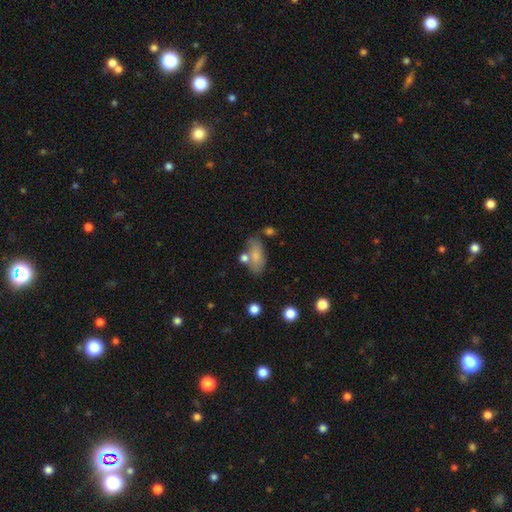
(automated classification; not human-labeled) Morphology: type=smooth (75%); roundness=in between (85%); merging=none (56%).